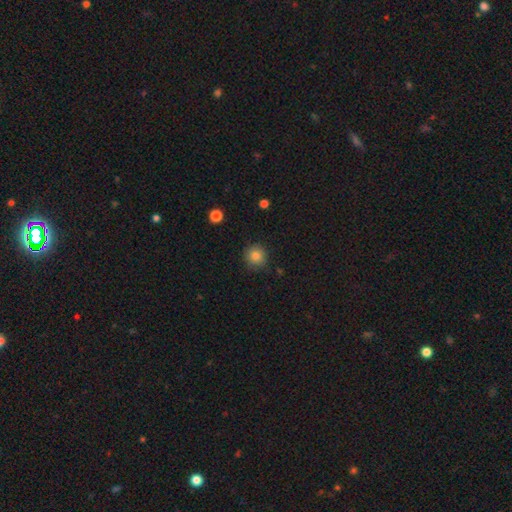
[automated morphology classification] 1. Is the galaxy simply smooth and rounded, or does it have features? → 83% smooth, 11% star or artifact, 6% featured or disk.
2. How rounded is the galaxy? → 93% round, 6% in between, 1% cigar-shaped.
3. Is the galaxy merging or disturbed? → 87% none, 9% minor disturbance, 2% major disturbance, 1% merger.